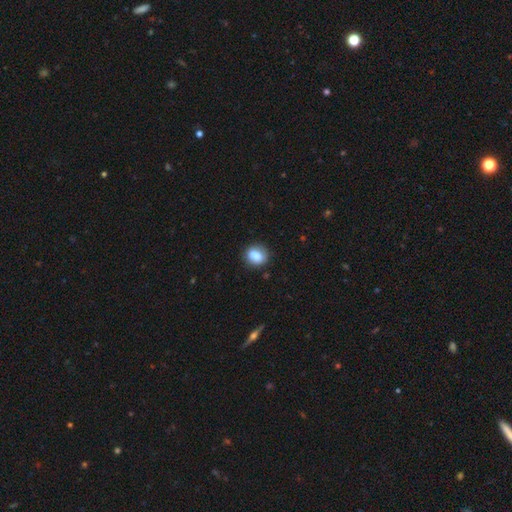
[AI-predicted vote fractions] Smooth or featured? Predicted: smooth (p=0.83). How rounded? Predicted: round (p=0.60). Merging? Predicted: none (p=0.76).